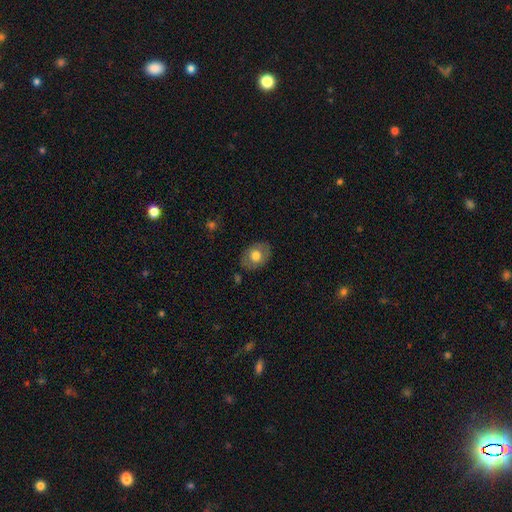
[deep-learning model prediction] The model was most divided on "how rounded": in between: 69%, round: 30%, cigar-shaped: 1%. More confident: merging — none (84%); smooth or featured — smooth (68%).